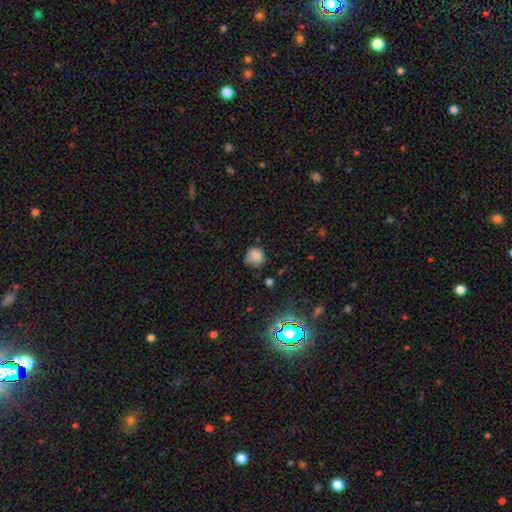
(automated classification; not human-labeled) Smooth or featured? Predicted: smooth (p=0.79). How rounded? Predicted: round (p=0.85). Merging? Predicted: none (p=0.63).